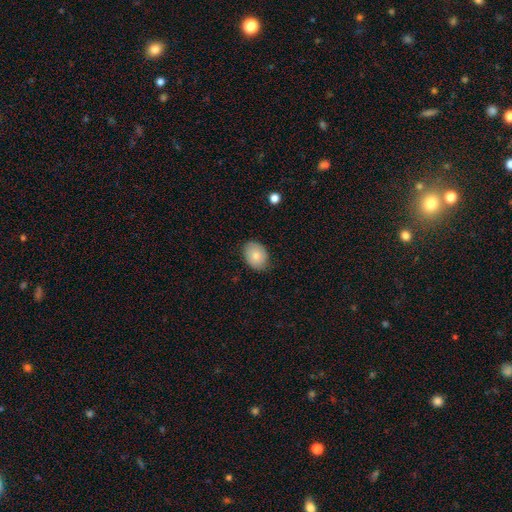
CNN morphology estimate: The model was most divided on "how rounded": in between: 69%, round: 30%, cigar-shaped: 1%. More confident: smooth or featured — smooth (79%); merging — none (79%).